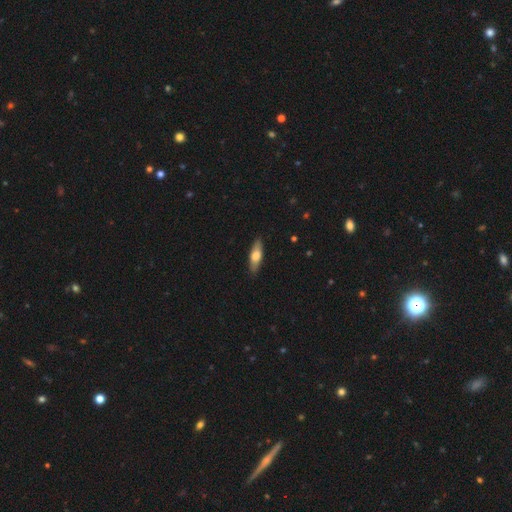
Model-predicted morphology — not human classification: smooth-or-featured: smooth: 64% | featured or disk: 31% | star or artifact: 5%
  how-rounded: in between: 54% | cigar-shaped: 44% | round: 2%
  merging: none: 88% | minor disturbance: 9% | major disturbance: 2% | merger: 1%